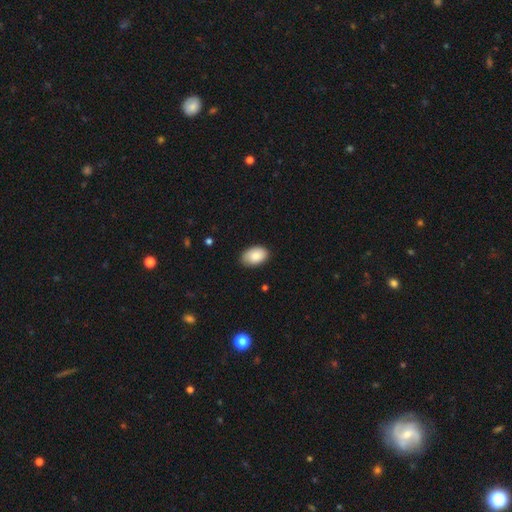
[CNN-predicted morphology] Smooth or featured: smooth — 86% (featured or disk — 7%)
How rounded: in between — 92% (round — 7%)
Merging: none — 85% (minor disturbance — 12%)